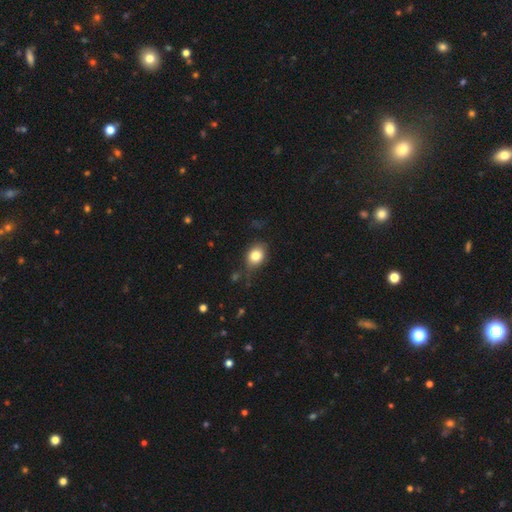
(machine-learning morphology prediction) Smooth or featured? smooth (80%)
How rounded? in between (56%)
Merging? none (68%)